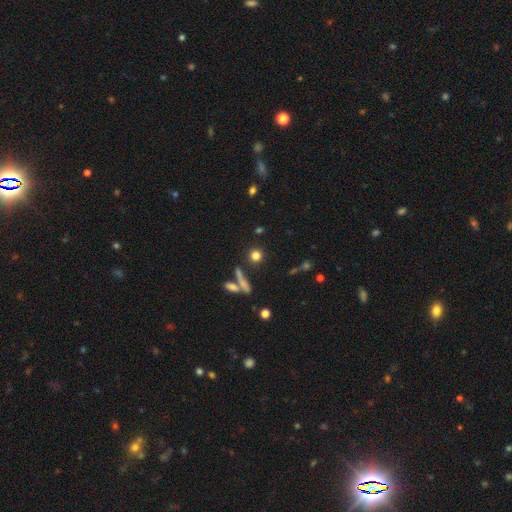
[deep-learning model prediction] Q: Smooth or featured?
A: smooth (76%); runner-up: star or artifact (14%)
Q: How rounded?
A: round (85%); runner-up: in between (9%)
Q: Merging?
A: none (77%); runner-up: merger (11%)